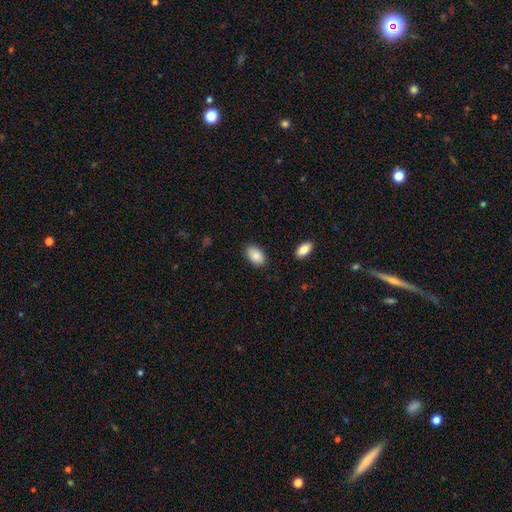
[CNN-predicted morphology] Smooth or featured?
  - smooth: 88% *
  - star or artifact: 7%
  - featured or disk: 5%
How rounded?
  - in between: 92% *
  - round: 6%
  - cigar-shaped: 1%
Merging?
  - none: 85% *
  - minor disturbance: 11%
  - major disturbance: 2%
  - merger: 2%